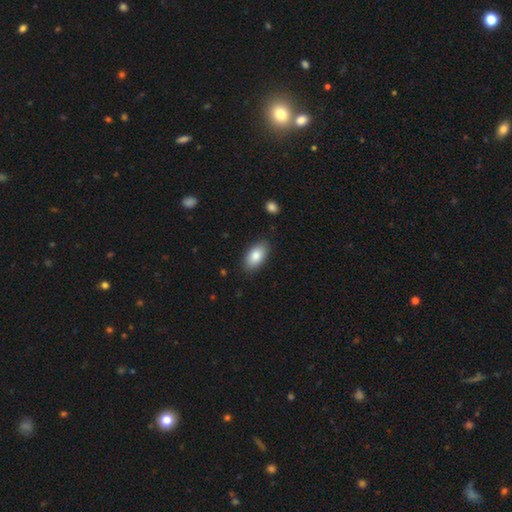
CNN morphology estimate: This appears to be a smooth galaxy with no disk features (84%) that is in between round and cigar-shaped (94%). Merging: none (86%).